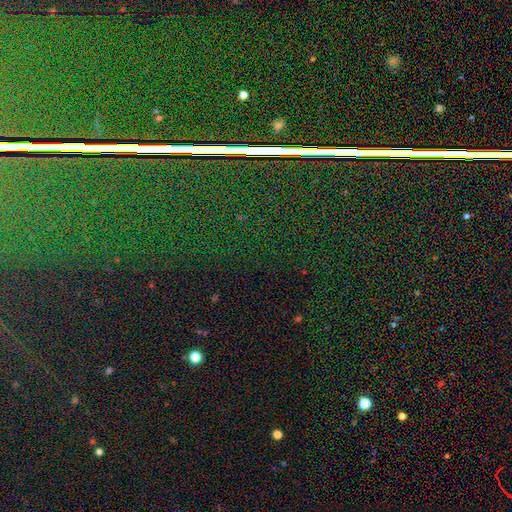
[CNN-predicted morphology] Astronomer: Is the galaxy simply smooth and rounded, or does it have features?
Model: star or artifact — 87%.